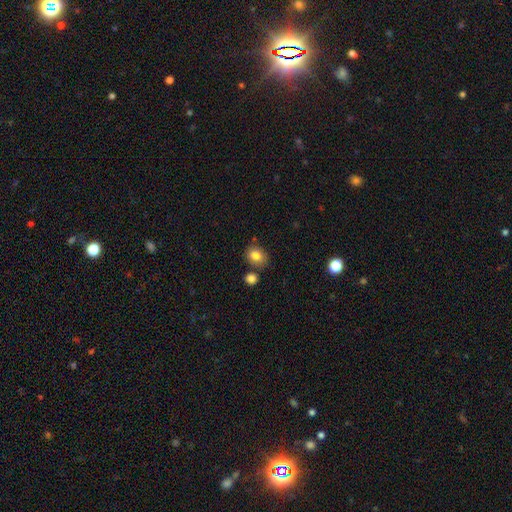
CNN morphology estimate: A smooth galaxy with no disk features (83%) that is round (50%).

Vote fractions:
- Smooth or featured? smooth: 83% / star or artifact: 10% / featured or disk: 8%
- How rounded? round: 50% / in between: 49% / cigar-shaped: 1%
- Merging? none: 73% / minor disturbance: 13% / merger: 11% / major disturbance: 3%